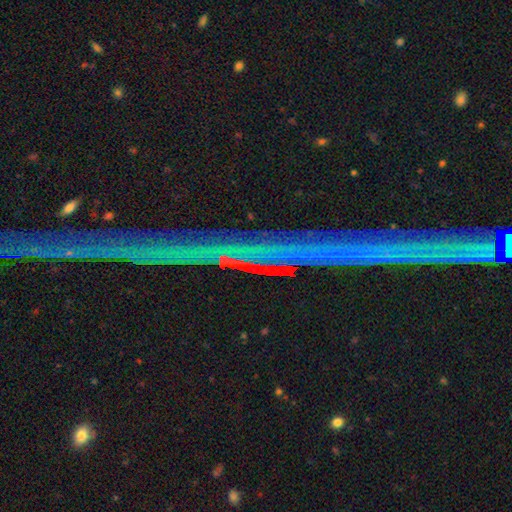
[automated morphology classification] The model was most divided on "smooth or featured": star or artifact: 81%, featured or disk: 11%, smooth: 8%.